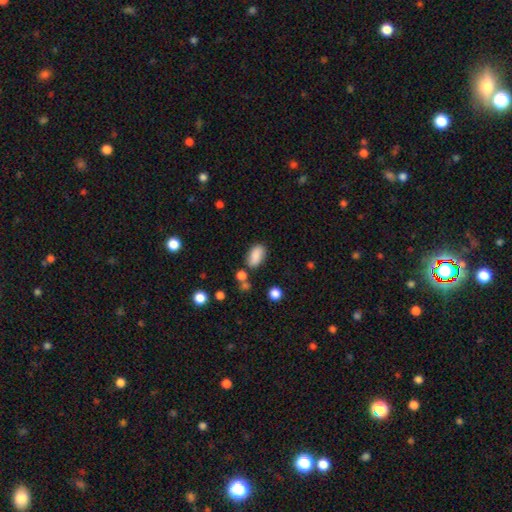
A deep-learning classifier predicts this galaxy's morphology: The model was most divided on "merging": none: 75%, minor disturbance: 15%, merger: 6%, major disturbance: 4%. More confident: how rounded — in between (91%); smooth or featured — smooth (85%).